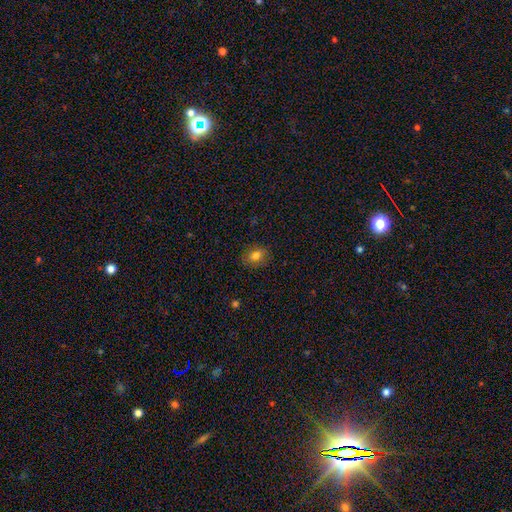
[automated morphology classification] Smooth or featured? Predicted: smooth (p=0.78). How rounded? Predicted: in between (p=0.54). Merging? Predicted: none (p=0.86).